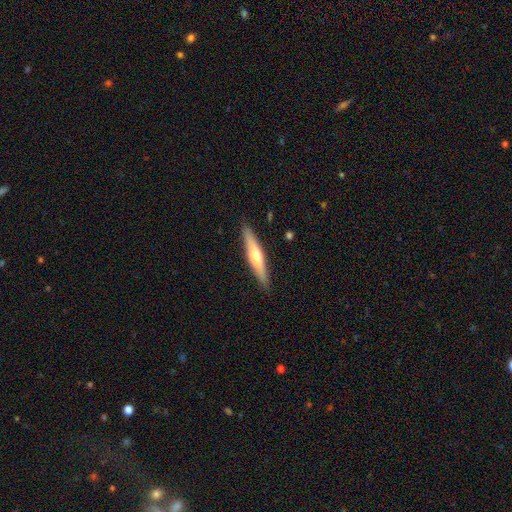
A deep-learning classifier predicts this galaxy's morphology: Overall: featured or disk (50%; smooth 44%). Edge-on disk: yes (94%). Merging: none (90%).